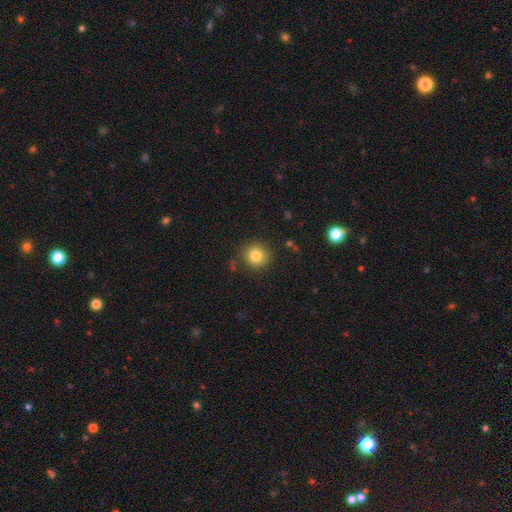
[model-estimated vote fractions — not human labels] Smooth or featured?
  - smooth: 82% *
  - star or artifact: 11%
  - featured or disk: 7%
How rounded?
  - round: 92% *
  - in between: 7%
  - cigar-shaped: 1%
Merging?
  - none: 87% *
  - minor disturbance: 8%
  - major disturbance: 3%
  - merger: 2%